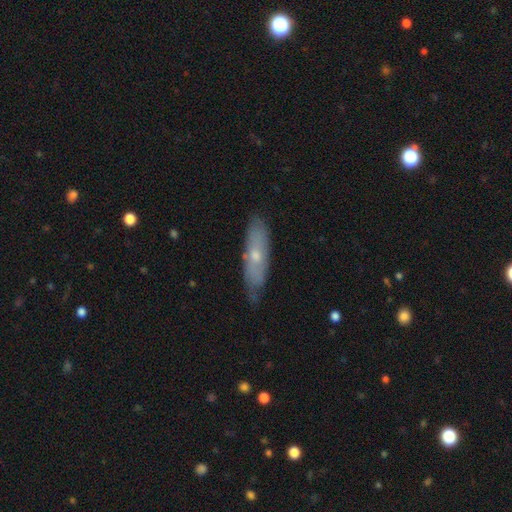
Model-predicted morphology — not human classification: Q: Smooth or featured?
A: featured or disk (49%); runner-up: smooth (45%)
Q: Merging?
A: none (71%); runner-up: minor disturbance (23%)